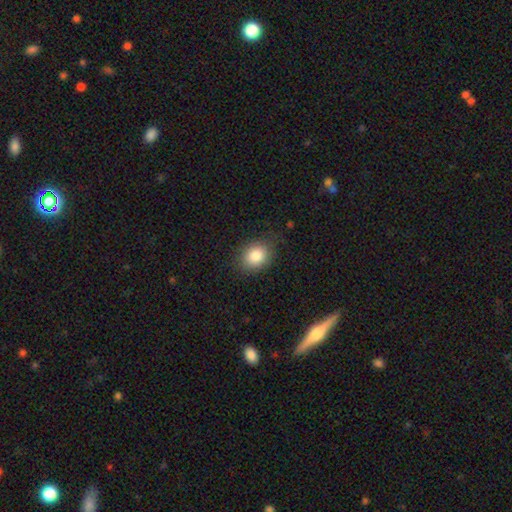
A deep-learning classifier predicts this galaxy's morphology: Overall: smooth (86%). How rounded: in between (61%; round 38%). Merging: none (82%).